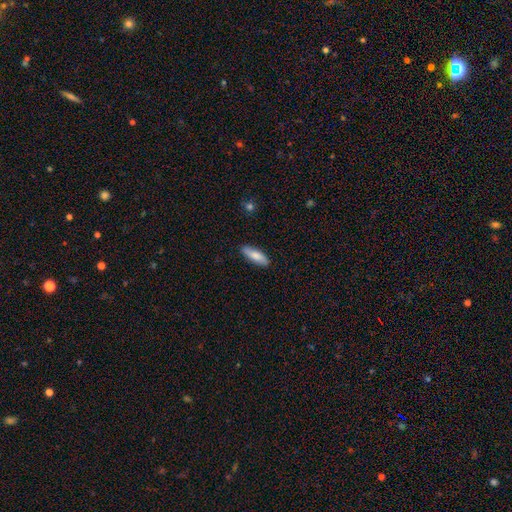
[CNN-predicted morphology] A smooth galaxy with no disk features (78%) that is in between round and cigar-shaped (50%). Merging: none (87%).